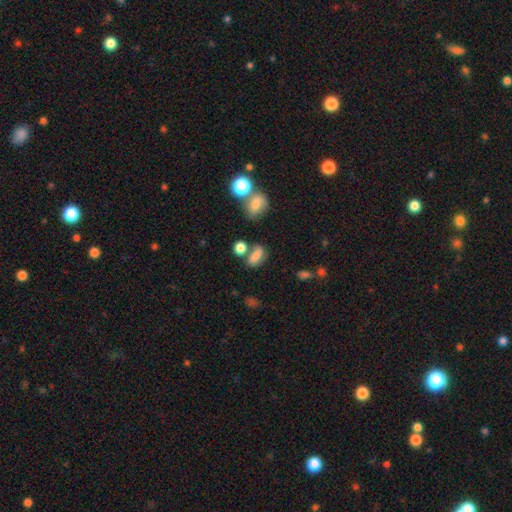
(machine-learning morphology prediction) smooth 72%, star or artifact 14%, featured or disk 13%. Down the decision tree: how rounded — in between (75%); merging — none (51%).